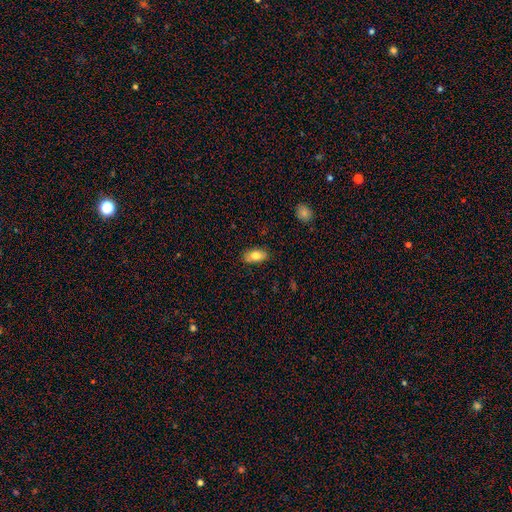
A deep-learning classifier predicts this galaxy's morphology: smooth-or-featured: smooth: 79% | featured or disk: 13% | star or artifact: 7%
  how-rounded: in between: 90% | cigar-shaped: 6% | round: 4%
  merging: none: 82% | minor disturbance: 14% | major disturbance: 3% | merger: 2%